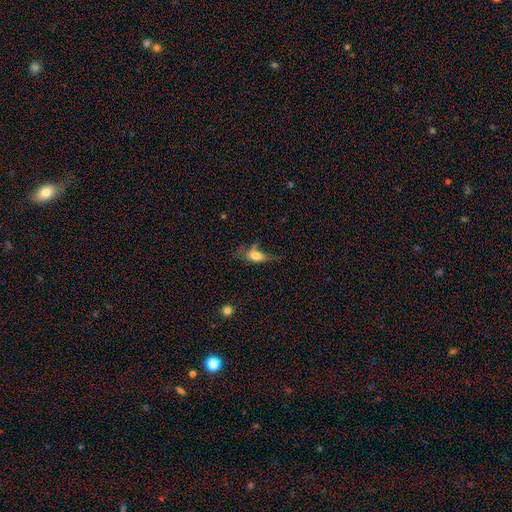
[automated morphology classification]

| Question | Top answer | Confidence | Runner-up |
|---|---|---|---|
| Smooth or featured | smooth | 65% | featured or disk (25%) |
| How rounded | in between | 76% | cigar-shaped (16%) |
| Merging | major disturbance | 36% | none (31%) |